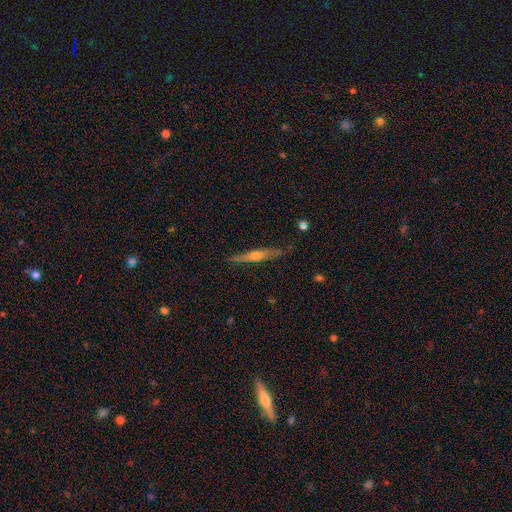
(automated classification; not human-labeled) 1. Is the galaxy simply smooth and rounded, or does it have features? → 71% featured or disk, 22% smooth, 6% star or artifact.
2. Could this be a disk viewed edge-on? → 96% yes, 4% no.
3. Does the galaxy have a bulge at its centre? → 88% rounded, 8% none, 3% boxy.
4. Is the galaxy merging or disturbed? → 87% none, 10% minor disturbance, 2% major disturbance, 1% merger.